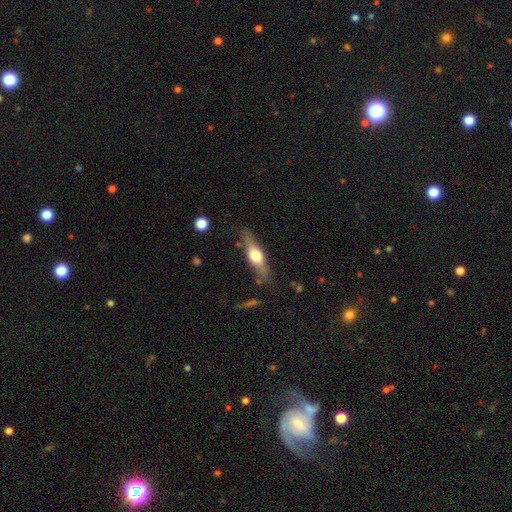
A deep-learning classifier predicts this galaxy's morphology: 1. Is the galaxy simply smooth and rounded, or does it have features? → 56% featured or disk, 38% smooth, 6% star or artifact.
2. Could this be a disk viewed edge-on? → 91% yes, 9% no.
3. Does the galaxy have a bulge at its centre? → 94% rounded, 4% boxy, 2% none.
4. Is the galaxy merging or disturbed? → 80% none, 14% minor disturbance, 3% major disturbance, 3% merger.